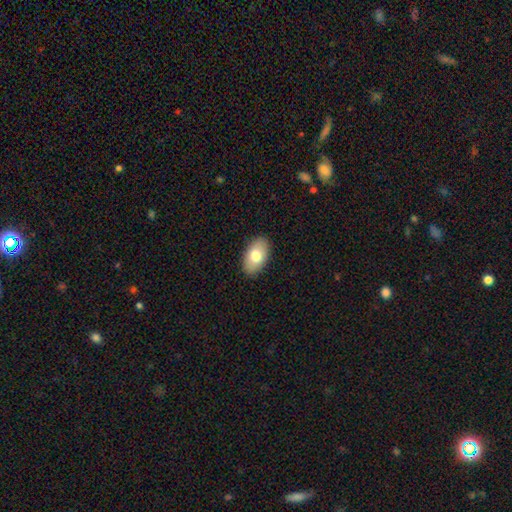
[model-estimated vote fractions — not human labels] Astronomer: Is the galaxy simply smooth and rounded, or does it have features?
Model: smooth — 77%.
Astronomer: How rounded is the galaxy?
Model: in between — 94%.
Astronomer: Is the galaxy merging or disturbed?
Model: none — 89%.